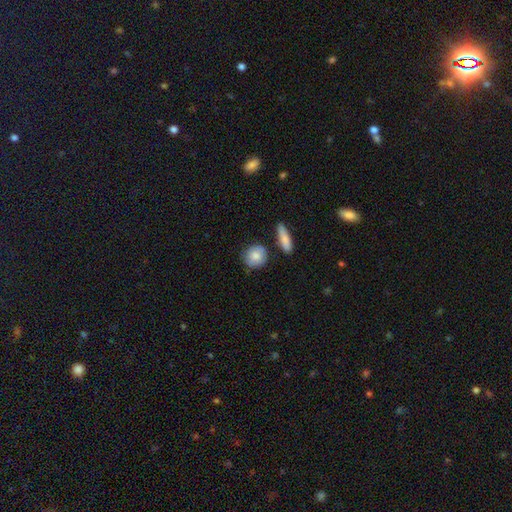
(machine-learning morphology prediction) smooth_or_featured: smooth (p=0.77) [alt: featured or disk p=0.17]
how_rounded: round (p=0.80) [alt: in between p=0.18]
merging: none (p=0.72) [alt: minor disturbance p=0.17]